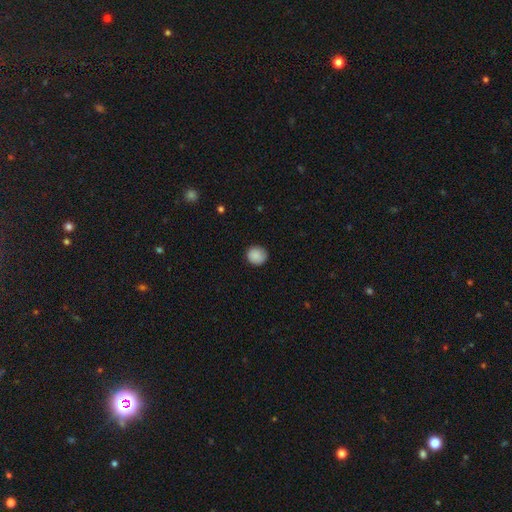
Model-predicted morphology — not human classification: smooth-or-featured: smooth: 89% | star or artifact: 8% | featured or disk: 3%
  how-rounded: round: 89% | in between: 11% | cigar-shaped: 1%
  merging: none: 88% | minor disturbance: 9% | major disturbance: 2% | merger: 1%